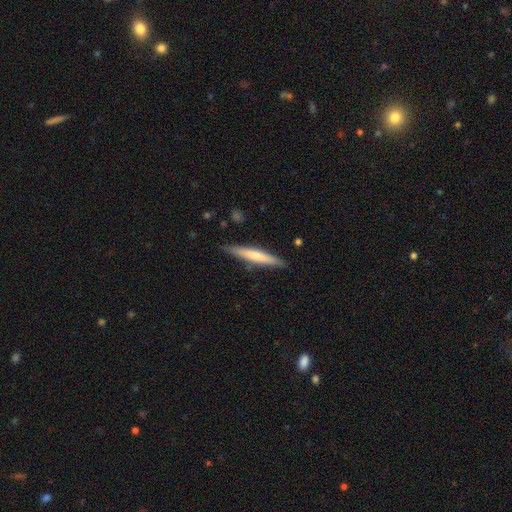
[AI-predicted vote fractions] This appears to be a smooth galaxy with no disk features (61%) that is cigar-shaped (94%). Merging: none (87%).